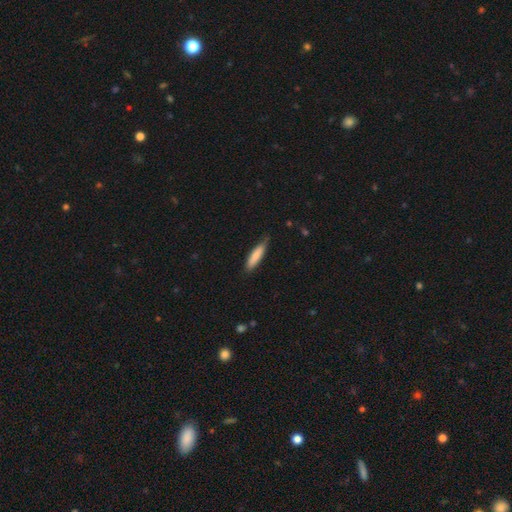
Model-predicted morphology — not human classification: The model was most divided on "merging": none: 71%, minor disturbance: 25%, major disturbance: 3%, merger: 1%. More confident: smooth or featured — smooth (81%); how rounded — cigar-shaped (76%).